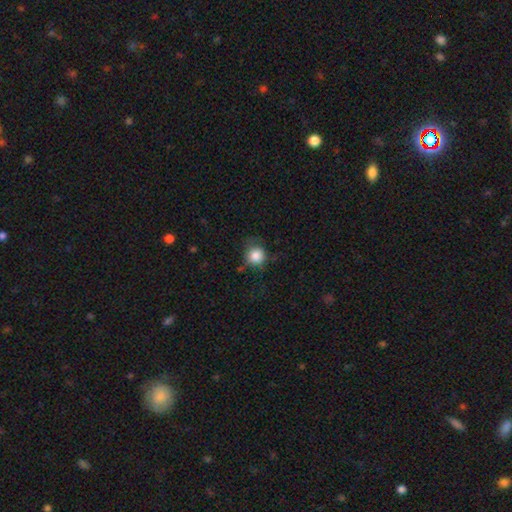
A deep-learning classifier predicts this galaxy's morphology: type=smooth (84%); roundness=round (90%); merging=none (64%).